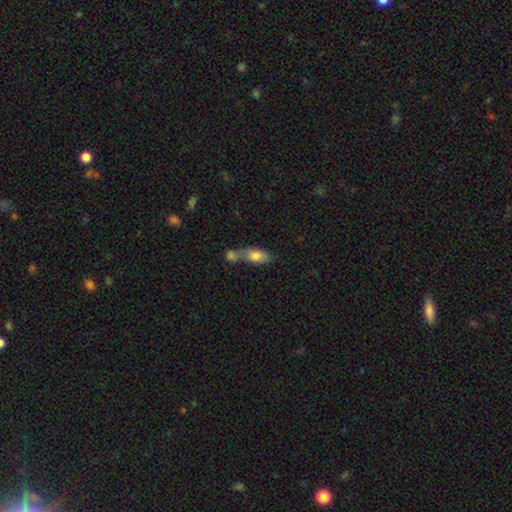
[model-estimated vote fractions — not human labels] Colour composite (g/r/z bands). It shows a smooth galaxy with no disk features (76%) that is in between round and cigar-shaped (79%). Merging: merger (59%).